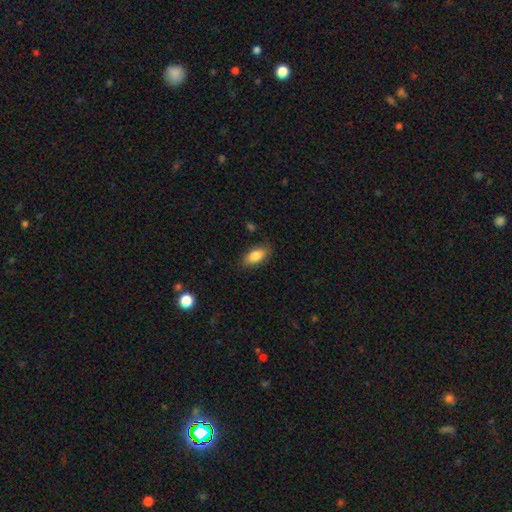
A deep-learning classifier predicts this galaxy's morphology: A smooth galaxy with no disk features (84%) that is in between round and cigar-shaped (88%). Merging: none (83%).